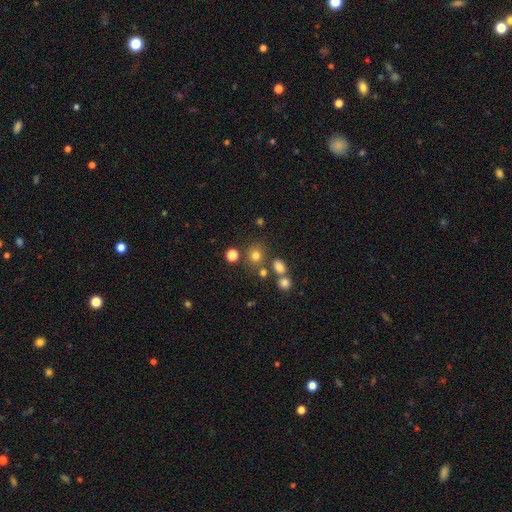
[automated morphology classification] This appears to be a smooth galaxy with no disk features (74%) that is round (81%). Merging: none (73%).